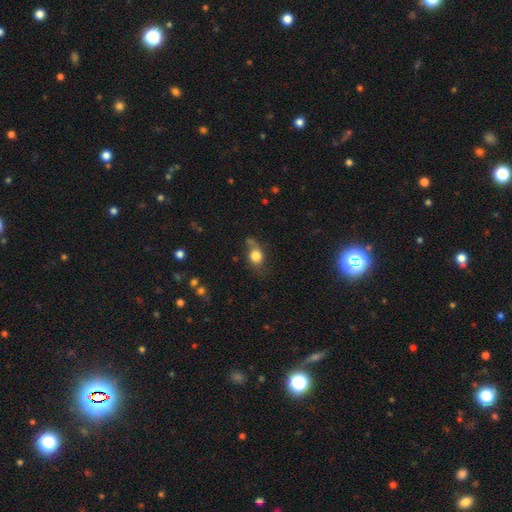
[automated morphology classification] smooth_or_featured: smooth (p=0.75) [alt: featured or disk p=0.15]
how_rounded: round (p=0.55) [alt: in between p=0.42]
merging: none (p=0.47) [alt: minor disturbance p=0.28]